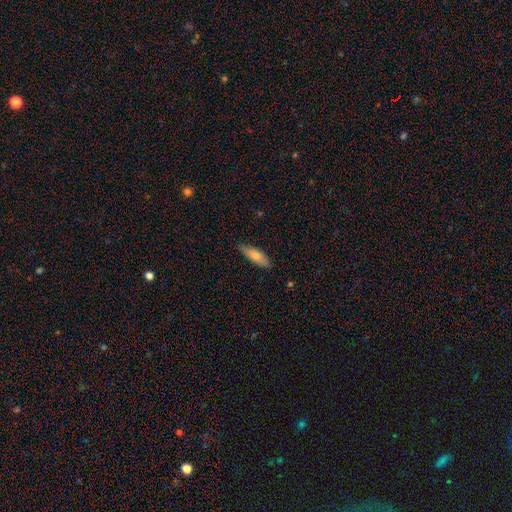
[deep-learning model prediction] Smooth or featured? Predicted: smooth (p=0.71). How rounded? Predicted: in between (p=0.54). Merging? Predicted: none (p=0.85).